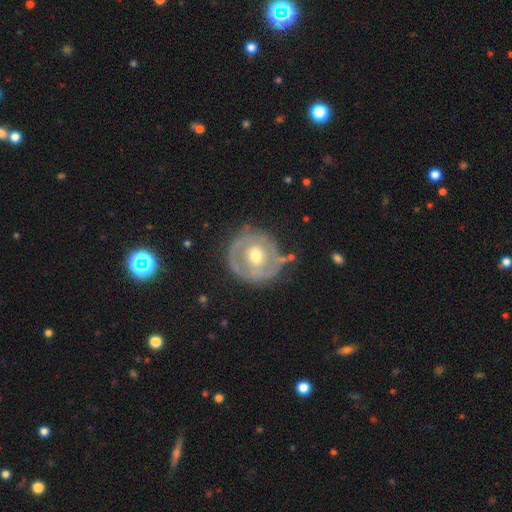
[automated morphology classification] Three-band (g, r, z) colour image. It shows a featured or disk galaxy (68%) with no bar (68%), no spiral arms (53%) and a moderate central bulge (74%). Merging: none (69%).